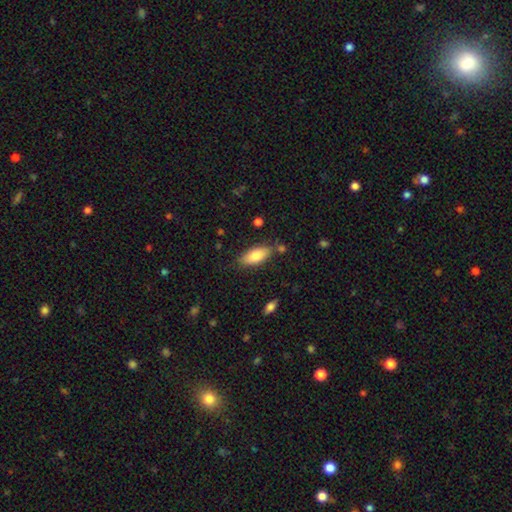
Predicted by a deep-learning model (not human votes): A smooth galaxy with no disk features (78%) that is in between round and cigar-shaped (82%).

Vote fractions:
- Smooth or featured? smooth: 78% / featured or disk: 16% / star or artifact: 6%
- How rounded? in between: 82% / cigar-shaped: 16% / round: 2%
- Merging? none: 78% / minor disturbance: 15% / merger: 4% / major disturbance: 3%